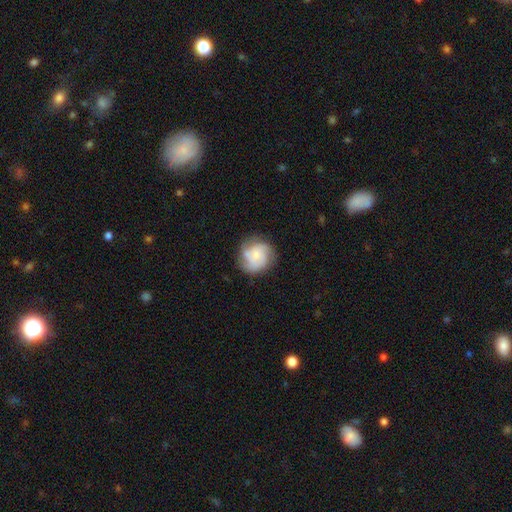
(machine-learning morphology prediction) featured or disk 61%, smooth 32%, star or artifact 8%. Down the decision tree: edge-on disk — no (98%); bar — no (77%); spiral arms — yes (91%); spiral arm count — 3 (49%); spiral winding — tight (45%); bulge size — small (54%); merging — none (73%).